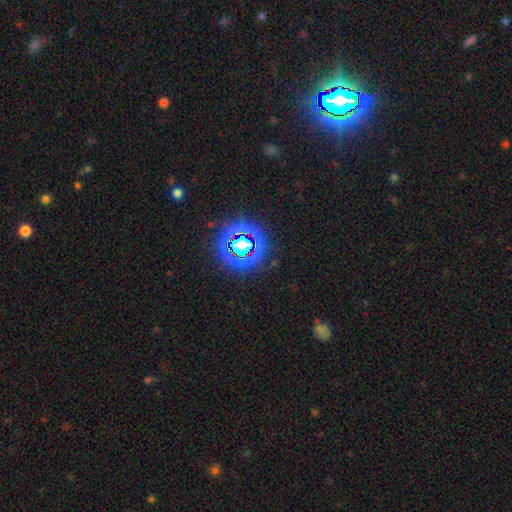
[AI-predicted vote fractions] Morphology: type=star or artifact (79%).